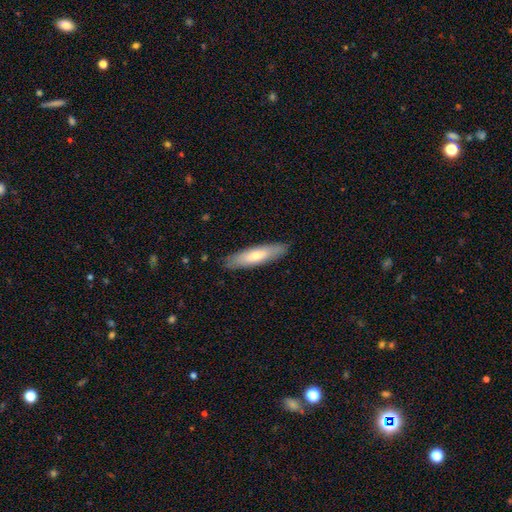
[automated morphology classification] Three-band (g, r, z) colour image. It shows a smooth galaxy with no disk features (66%) that is cigar-shaped (71%). Merging: none (87%).